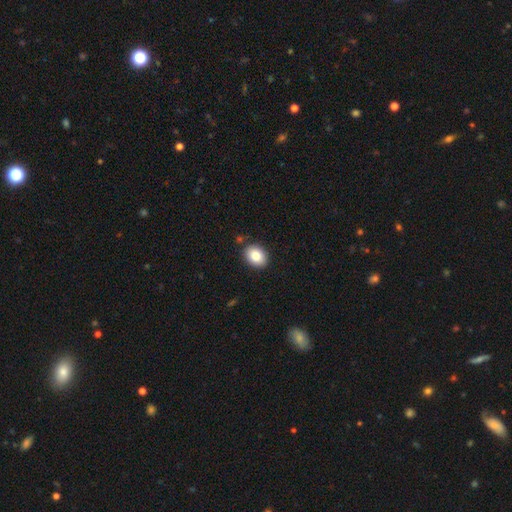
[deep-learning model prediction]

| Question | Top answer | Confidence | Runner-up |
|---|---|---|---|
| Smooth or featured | smooth | 85% | star or artifact (8%) |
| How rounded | in between | 65% | round (34%) |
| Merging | none | 86% | minor disturbance (9%) |